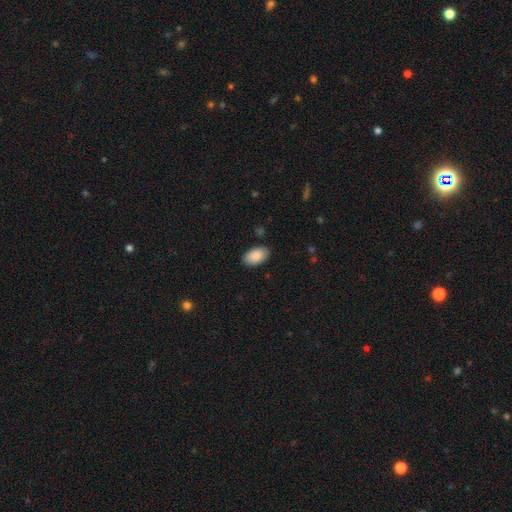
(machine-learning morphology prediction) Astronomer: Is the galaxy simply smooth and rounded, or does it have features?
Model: smooth — 89%.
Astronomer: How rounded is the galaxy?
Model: in between — 95%.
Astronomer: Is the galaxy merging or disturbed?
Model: none — 87%.